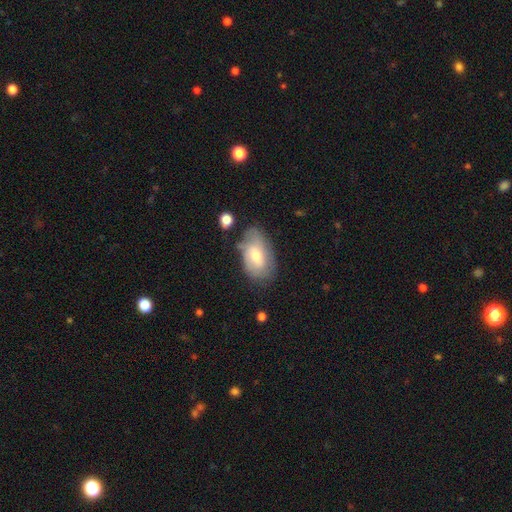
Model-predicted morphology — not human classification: Q: Smooth or featured?
A: smooth (51%); runner-up: featured or disk (42%)
Q: How rounded?
A: in between (91%); runner-up: round (7%)
Q: Merging?
A: none (58%); runner-up: minor disturbance (29%)